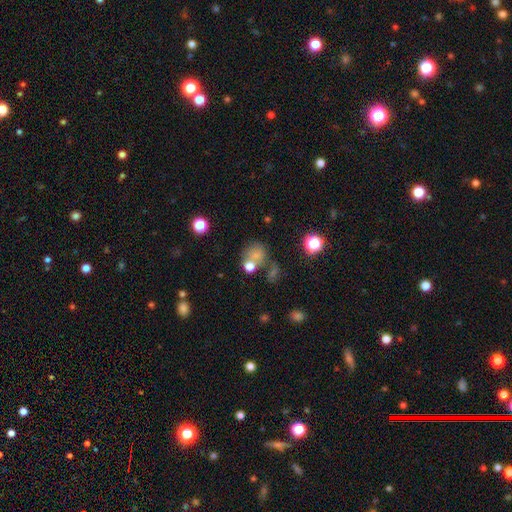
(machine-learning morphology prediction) Smooth or featured? smooth (66%)
How rounded? round (68%)
Merging? none (39%)